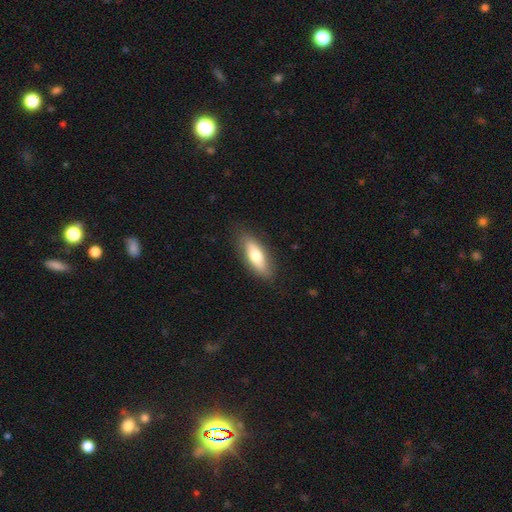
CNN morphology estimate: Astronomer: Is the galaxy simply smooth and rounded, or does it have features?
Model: smooth — 67%.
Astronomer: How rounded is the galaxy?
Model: in between — 68%.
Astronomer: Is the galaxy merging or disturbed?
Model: none — 83%.